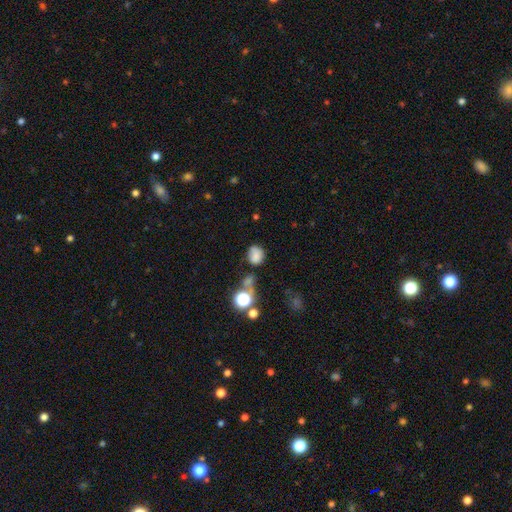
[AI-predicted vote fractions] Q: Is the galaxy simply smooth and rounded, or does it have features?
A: smooth — 76%.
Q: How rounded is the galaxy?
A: round — 62%.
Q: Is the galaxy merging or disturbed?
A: none — 52%.